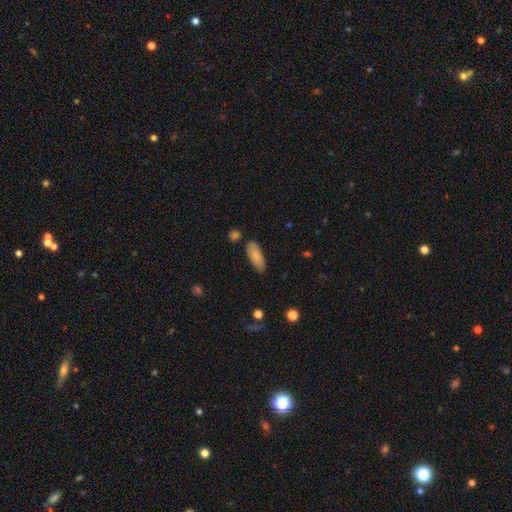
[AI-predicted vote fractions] A smooth galaxy with no disk features (81%) that is in between round and cigar-shaped (76%). Merging: none (74%).